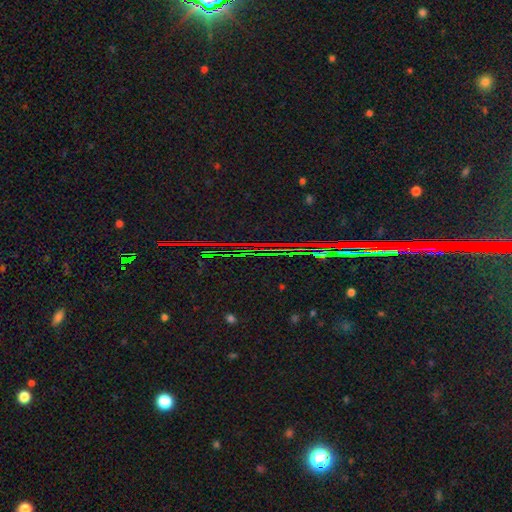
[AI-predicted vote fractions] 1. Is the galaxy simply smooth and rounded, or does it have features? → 85% star or artifact, 7% smooth, 7% featured or disk.